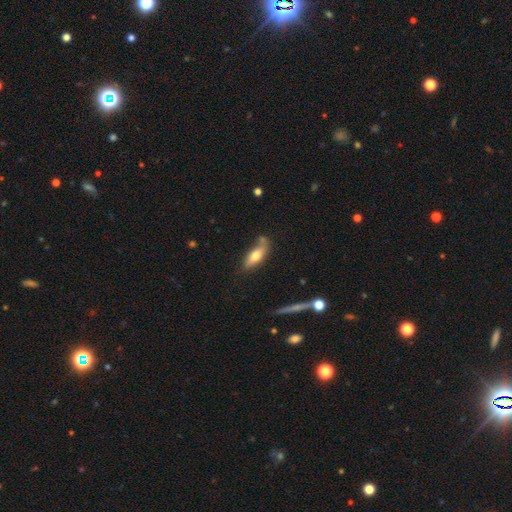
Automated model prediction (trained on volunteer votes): Smooth or featured: smooth — 63% (featured or disk — 30%)
How rounded: in between — 63% (cigar-shaped — 34%)
Merging: none — 55% (minor disturbance — 25%)